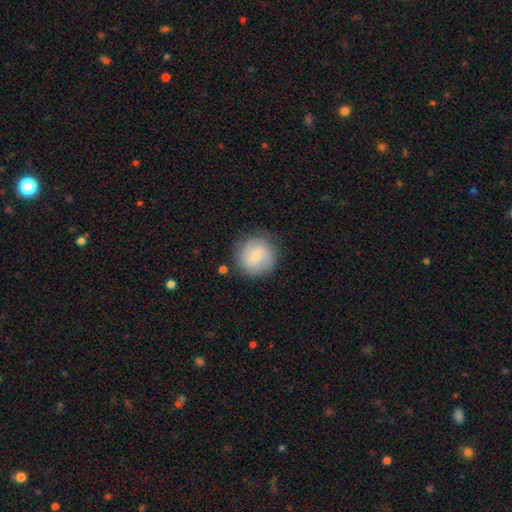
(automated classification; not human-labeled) This is possibly a smooth galaxy (57%). How rounded: clearly round (94%). Merging: clearly none (82%).